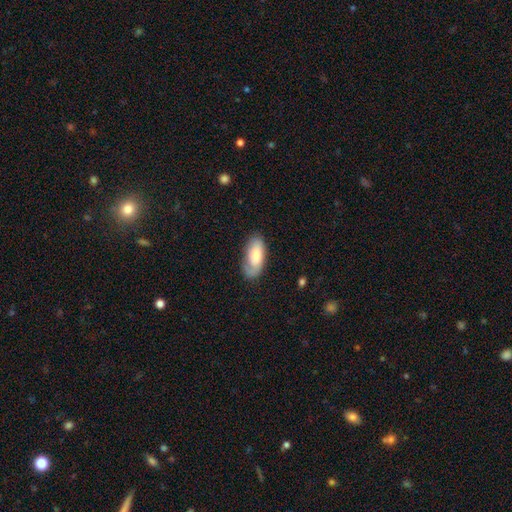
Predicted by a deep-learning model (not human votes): Smooth or featured?
  - smooth: 71% *
  - featured or disk: 24%
  - star or artifact: 6%
How rounded?
  - in between: 90% *
  - cigar-shaped: 8%
  - round: 2%
Merging?
  - none: 69% *
  - minor disturbance: 22%
  - major disturbance: 7%
  - merger: 2%